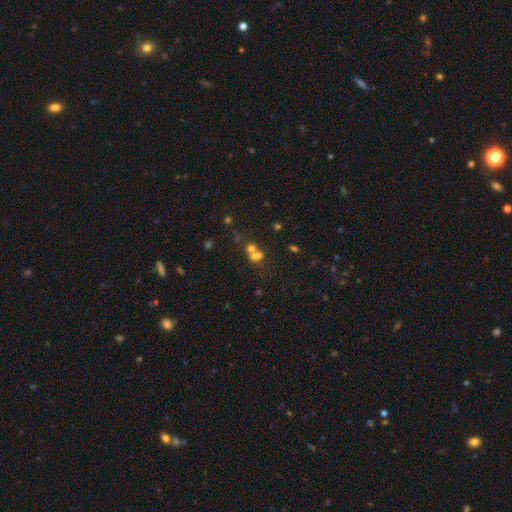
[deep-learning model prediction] Smooth or featured? smooth (54%)
How rounded? round (68%)
Merging? merger (53%)